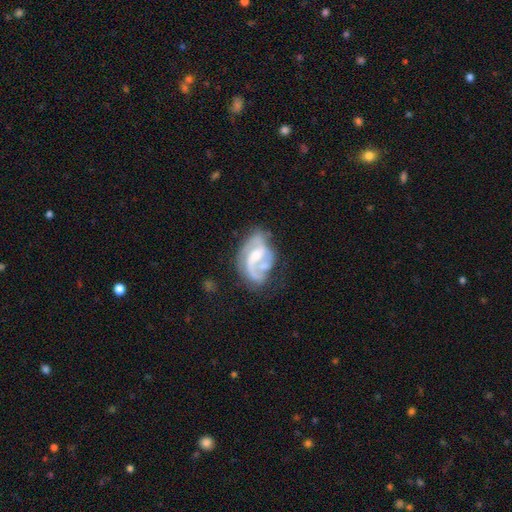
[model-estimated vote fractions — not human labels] A featured or disk galaxy (81%) with a weak bar (48%), 2 (47%) medium (46%) spiral arms (89%) and a moderate central bulge (47%). Merging: none (42%).